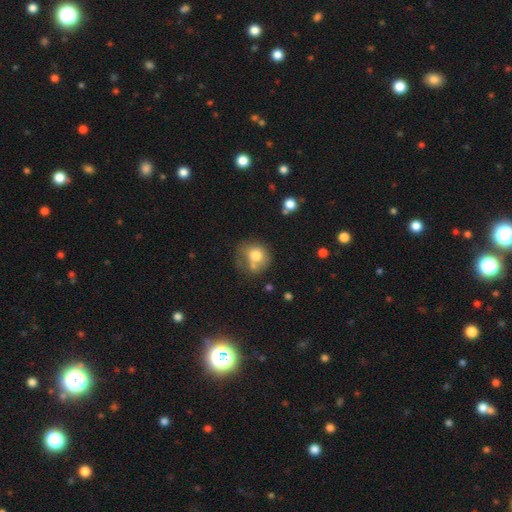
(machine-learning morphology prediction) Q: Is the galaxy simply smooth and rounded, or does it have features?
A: smooth — 71%.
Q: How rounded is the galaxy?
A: round — 68%.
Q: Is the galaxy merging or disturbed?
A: none — 36%.